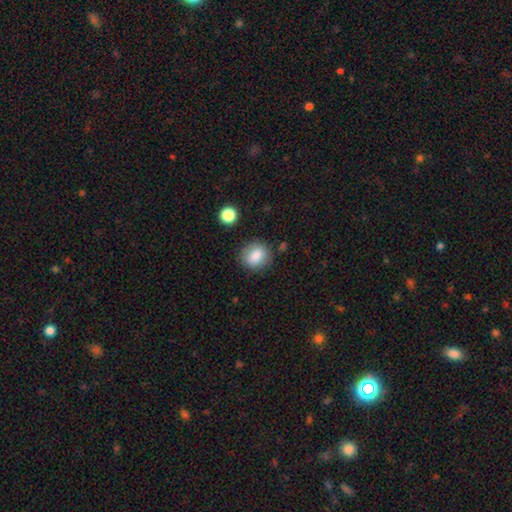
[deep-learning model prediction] This is clearly a smooth galaxy (85%). How rounded: likely round (72%). Merging: clearly none (82%).